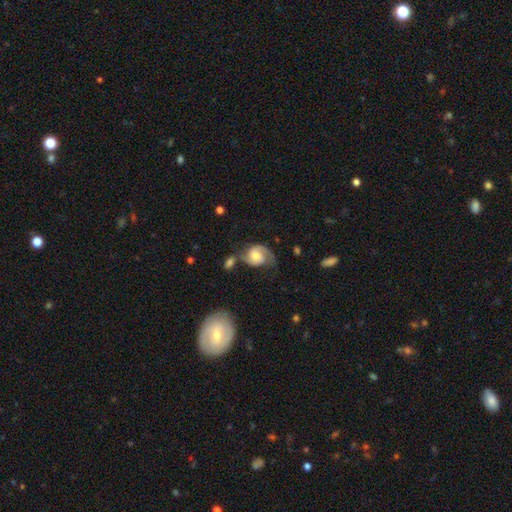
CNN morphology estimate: The model was most divided on "spiral winding": medium: 44%, tight: 28%, loose: 28%. Remaining: edge-on disk — no (97%); spiral arms — yes (92%); smooth or featured — featured or disk (70%); bar — no (64%); spiral arm count — 2 (60%); bulge size — moderate (56%); merging — none (41%).